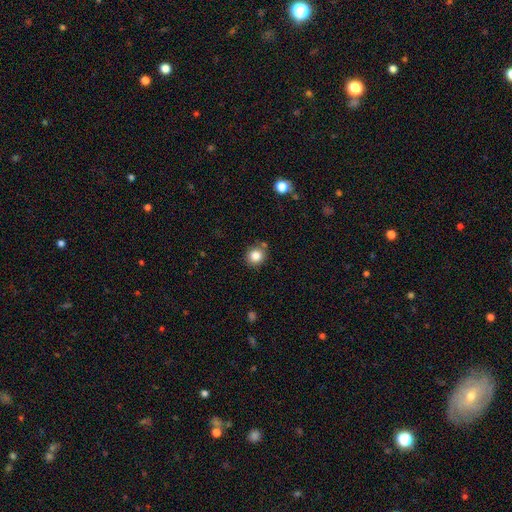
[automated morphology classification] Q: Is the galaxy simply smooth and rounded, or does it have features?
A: smooth — 83%.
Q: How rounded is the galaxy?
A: round — 87%.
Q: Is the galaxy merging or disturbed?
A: none — 81%.